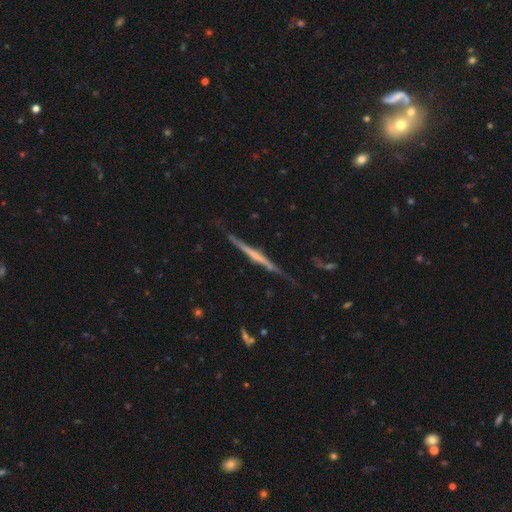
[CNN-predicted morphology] Smooth or featured: featured or disk — 76% (smooth — 18%)
Edge-on disk: yes — 97% (no — 3%)
Edge-on bulge: none — 49% (rounded — 34%)
Merging: none — 74% (minor disturbance — 18%)